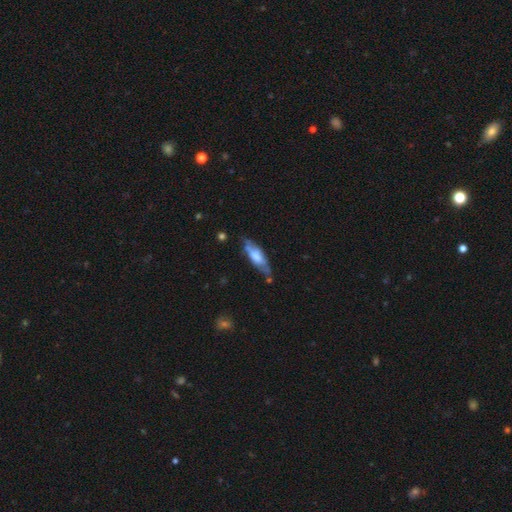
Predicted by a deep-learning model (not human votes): Q: Smooth or featured?
A: smooth (47%); tied with: featured or disk (47%)
Q: Merging?
A: none (59%); runner-up: minor disturbance (27%)